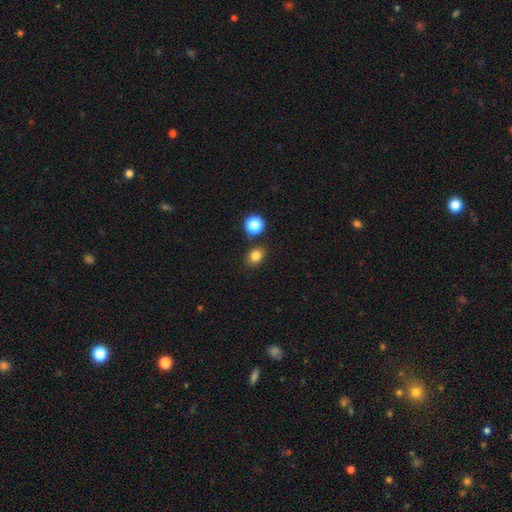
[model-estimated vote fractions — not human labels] smooth_or_featured: smooth (p=0.81) [alt: star or artifact p=0.14]
how_rounded: round (p=0.55) [alt: in between p=0.44]
merging: none (p=0.81) [alt: minor disturbance p=0.10]